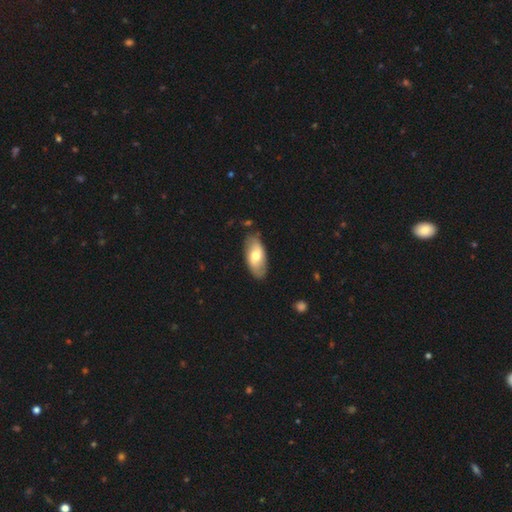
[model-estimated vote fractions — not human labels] Smooth or featured? smooth (59%)
How rounded? in between (92%)
Merging? none (82%)